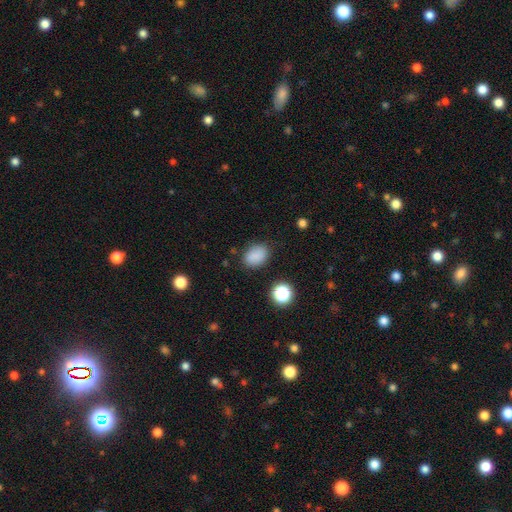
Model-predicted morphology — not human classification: smooth 85%, star or artifact 11%, featured or disk 4%. Down the decision tree: how rounded — in between (74%); merging — none (82%).